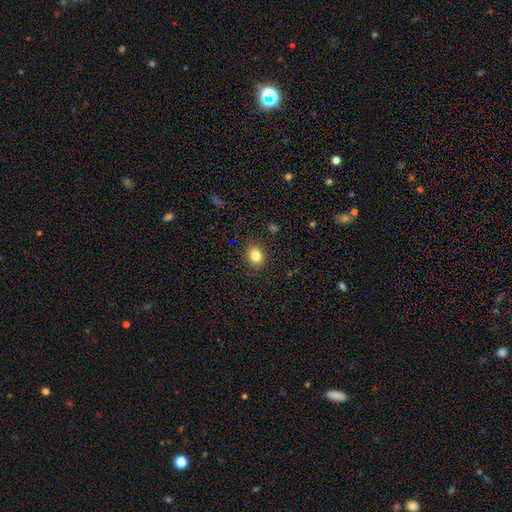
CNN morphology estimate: smooth_or_featured: smooth (p=0.83) [alt: star or artifact p=0.10]
how_rounded: round (p=0.54) [alt: in between p=0.45]
merging: none (p=0.88) [alt: minor disturbance p=0.09]